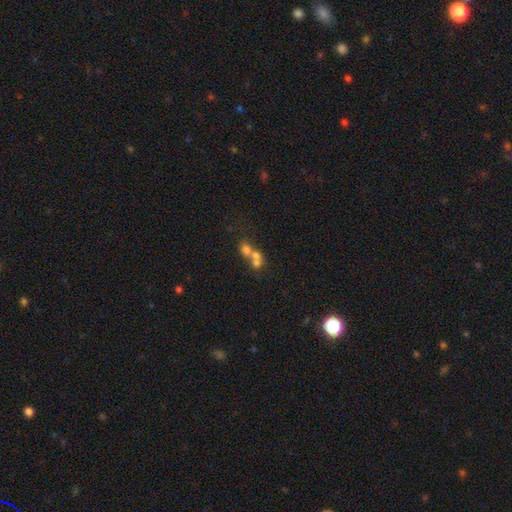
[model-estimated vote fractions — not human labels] Q: Smooth or featured?
A: smooth (60%); runner-up: featured or disk (26%)
Q: How rounded?
A: round (67%); runner-up: in between (31%)
Q: Merging?
A: merger (68%); runner-up: none (22%)